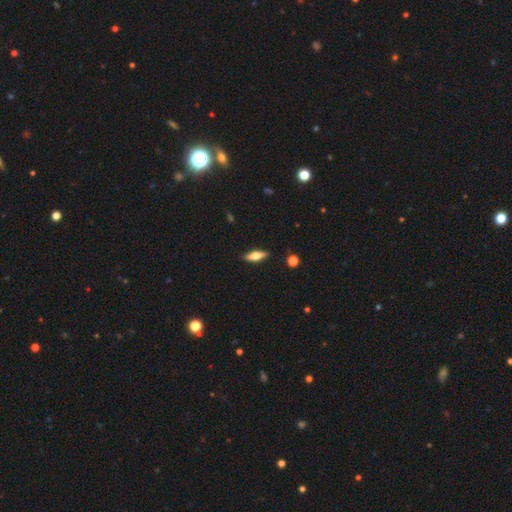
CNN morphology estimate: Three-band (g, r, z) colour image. It shows a smooth galaxy with no disk features (56%) that is in between round and cigar-shaped (57%). Merging: none (88%).